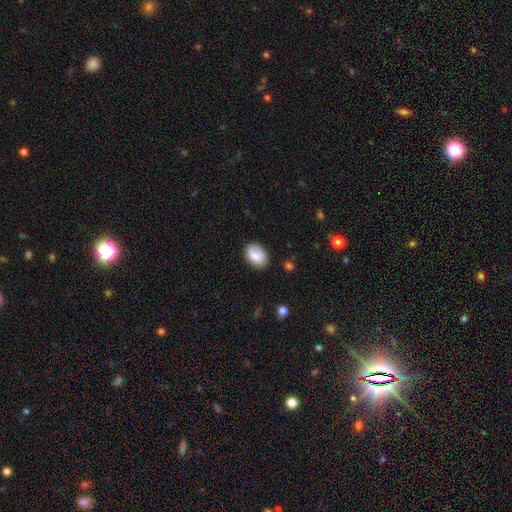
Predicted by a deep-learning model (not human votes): smooth_or_featured: smooth (p=0.81) [alt: featured or disk p=0.12]
how_rounded: in between (p=0.77) [alt: round p=0.22]
merging: none (p=0.76) [alt: minor disturbance p=0.18]